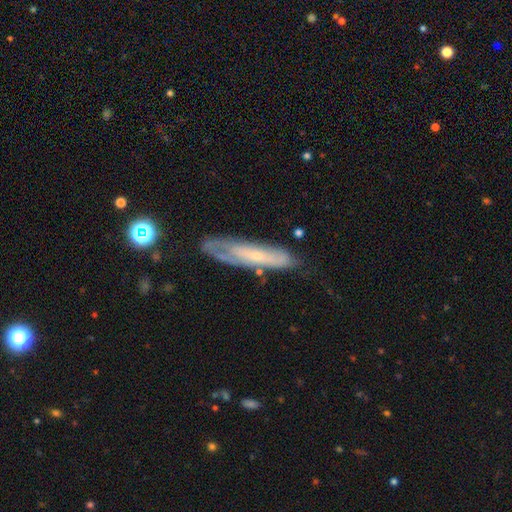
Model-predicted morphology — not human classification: Q: Smooth or featured?
A: featured or disk (60%); runner-up: smooth (33%)
Q: Edge-on disk?
A: no (59%); runner-up: yes (41%)
Q: Merging?
A: none (59%); runner-up: minor disturbance (26%)